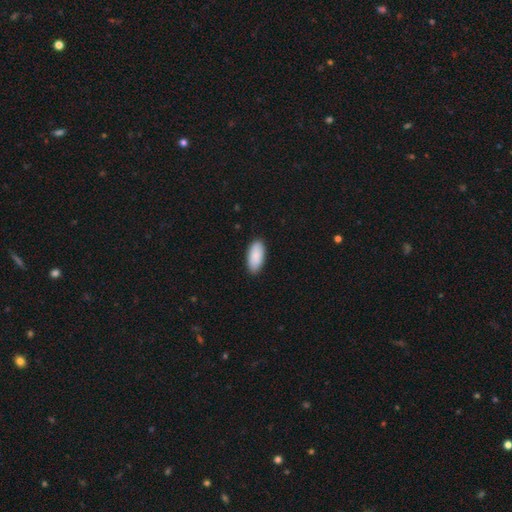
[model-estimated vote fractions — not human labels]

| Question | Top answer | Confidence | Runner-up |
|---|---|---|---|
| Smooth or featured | smooth | 89% | star or artifact (5%) |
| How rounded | in between | 92% | cigar-shaped (6%) |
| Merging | none | 88% | minor disturbance (9%) |